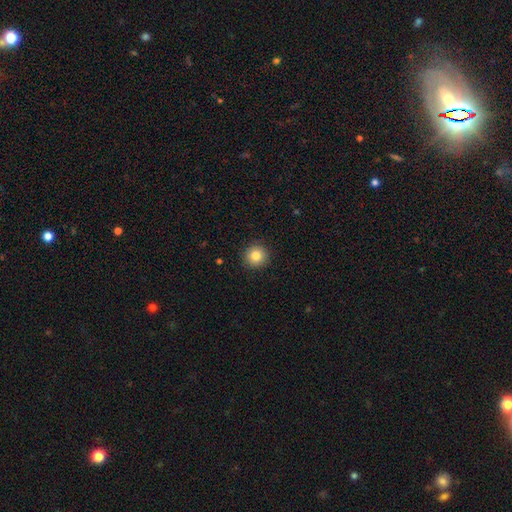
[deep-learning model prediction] Smooth or featured: smooth — 83% (star or artifact — 10%)
How rounded: round — 94% (in between — 5%)
Merging: none — 92% (minor disturbance — 6%)